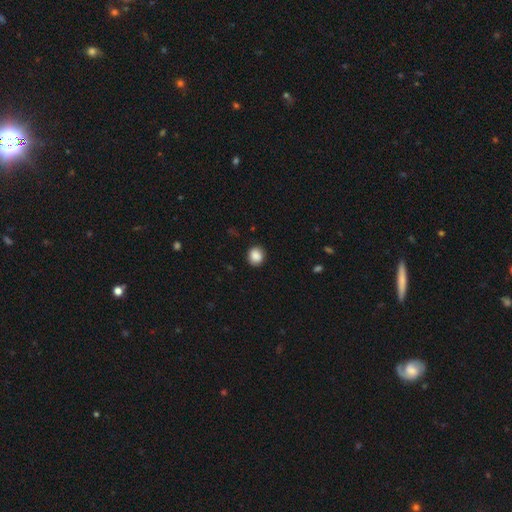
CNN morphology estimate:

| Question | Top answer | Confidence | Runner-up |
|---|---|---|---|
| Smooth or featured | smooth | 88% | star or artifact (8%) |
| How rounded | round | 76% | in between (23%) |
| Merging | none | 88% | minor disturbance (9%) |